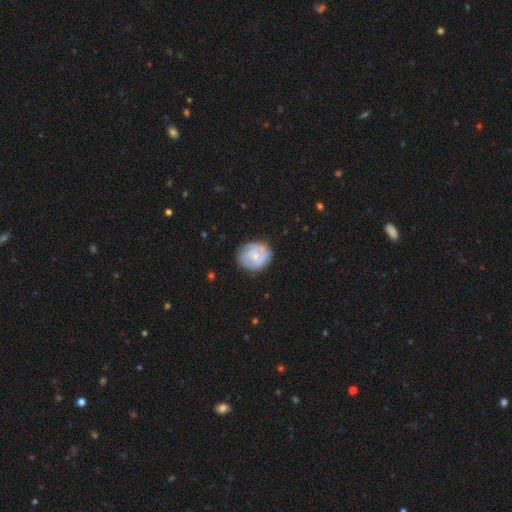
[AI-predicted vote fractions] smooth-or-featured: featured or disk: 66% | smooth: 28% | star or artifact: 5%
  disk-edge-on: no: 98% | yes: 2%
    bar: no: 72% | weak: 25% | strong: 4%
    has-spiral-arms: yes: 82% | no: 18%
      spiral-winding: tight: 61% | medium: 30% | loose: 10%
      spiral-arm-count: can't tell: 35% | 2: 30% | 3: 21% | 1: 5% | 4: 5% | more than 4: 4%
    bulge-size: small: 57% | moderate: 38% | none: 3% | large: 2% | dominant: 1%
  merging: none: 74% | minor disturbance: 19% | major disturbance: 6% | merger: 1%